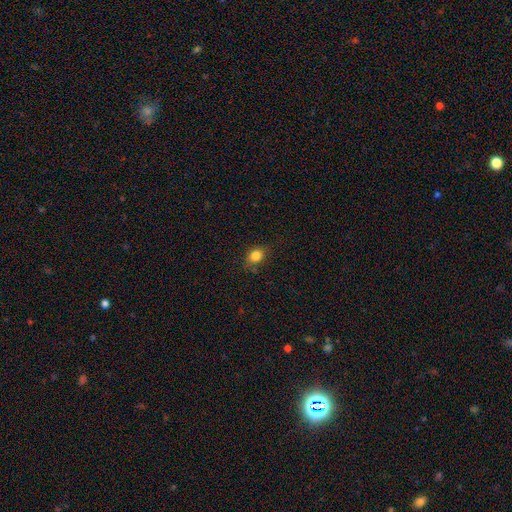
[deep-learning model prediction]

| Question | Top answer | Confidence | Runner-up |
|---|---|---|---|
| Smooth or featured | smooth | 83% | star or artifact (11%) |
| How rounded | round | 51% | in between (48%) |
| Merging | none | 78% | minor disturbance (17%) |